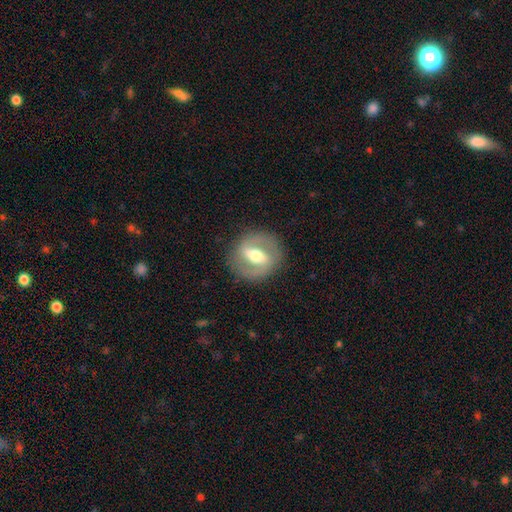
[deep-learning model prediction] This appears to be a featured or disk galaxy (74%) with a strong bar (54%), spiral arms (69%) and a moderate central bulge (69%). Merging: none (85%).